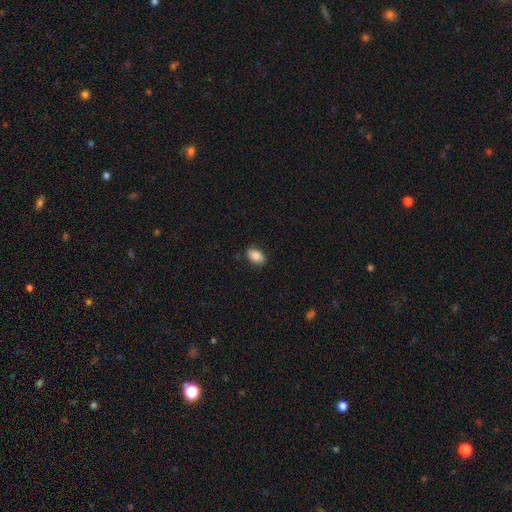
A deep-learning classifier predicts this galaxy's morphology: Overall: smooth (86%). How rounded: in between (90%). Merging: none (85%).